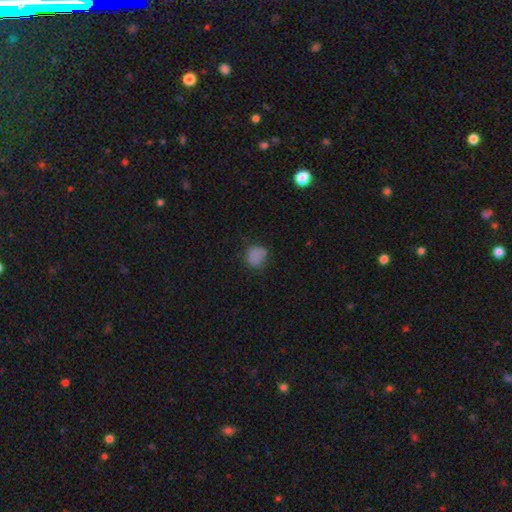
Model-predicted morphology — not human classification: Smooth or featured? Predicted: smooth (p=0.80). How rounded? Predicted: round (p=0.75). Merging? Predicted: none (p=0.70).